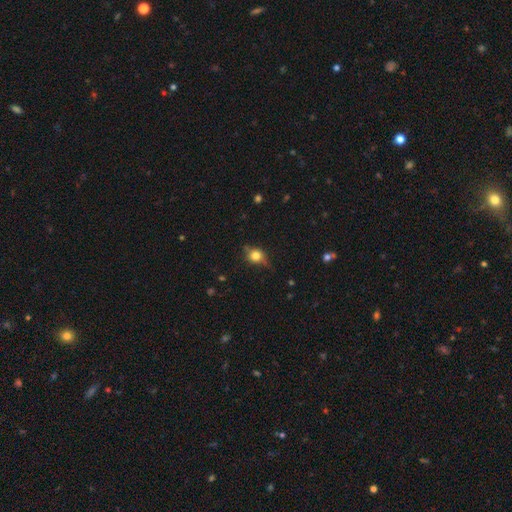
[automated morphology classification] The model was most divided on "merging": none: 60%, minor disturbance: 29%, major disturbance: 9%, merger: 2%. More confident: smooth or featured — smooth (69%); how rounded — round (67%).